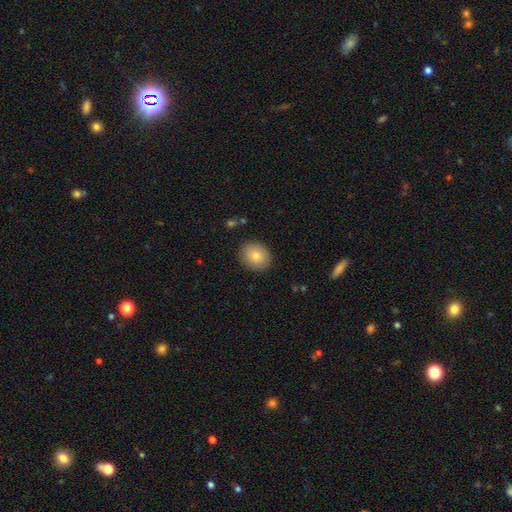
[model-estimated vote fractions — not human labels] smooth_or_featured: smooth (p=0.79) [alt: featured or disk p=0.12]
how_rounded: round (p=0.62) [alt: in between p=0.37]
merging: none (p=0.88) [alt: minor disturbance p=0.09]